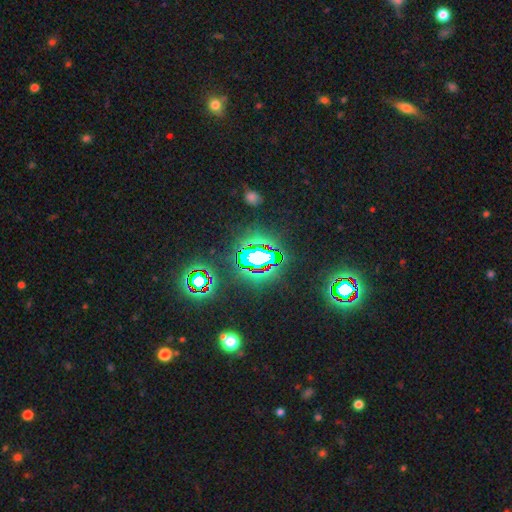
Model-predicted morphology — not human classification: Smooth or featured: star or artifact — 73% (smooth — 16%)